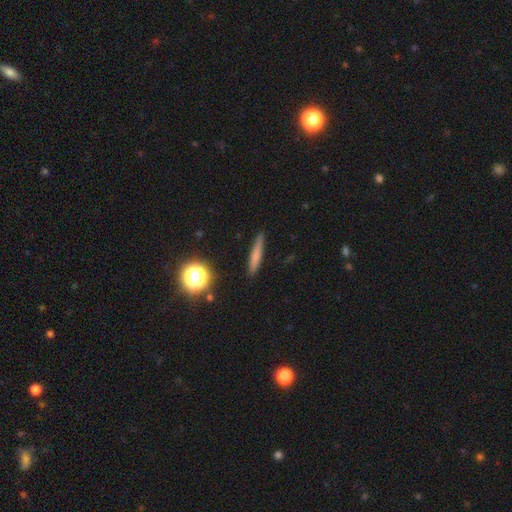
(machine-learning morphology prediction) Smooth or featured? smooth (66%)
How rounded? cigar-shaped (89%)
Merging? none (87%)